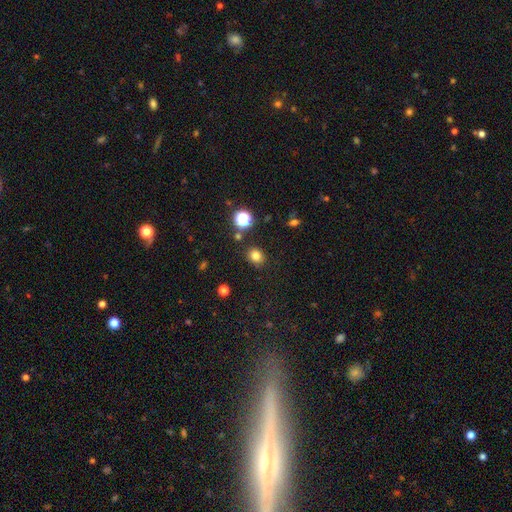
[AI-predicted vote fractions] smooth-or-featured: smooth: 78% | star or artifact: 16% | featured or disk: 6%
  how-rounded: round: 66% | in between: 33% | cigar-shaped: 1%
  merging: none: 84% | minor disturbance: 9% | merger: 3% | major disturbance: 3%